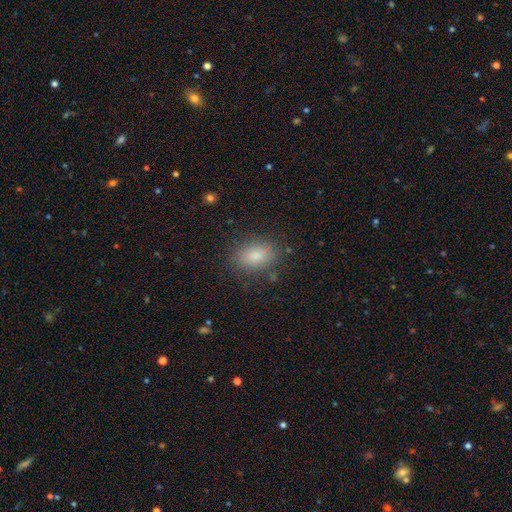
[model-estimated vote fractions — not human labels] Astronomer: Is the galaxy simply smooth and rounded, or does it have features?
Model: smooth — 81%.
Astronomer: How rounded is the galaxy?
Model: in between — 81%.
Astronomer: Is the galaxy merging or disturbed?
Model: none — 81%.